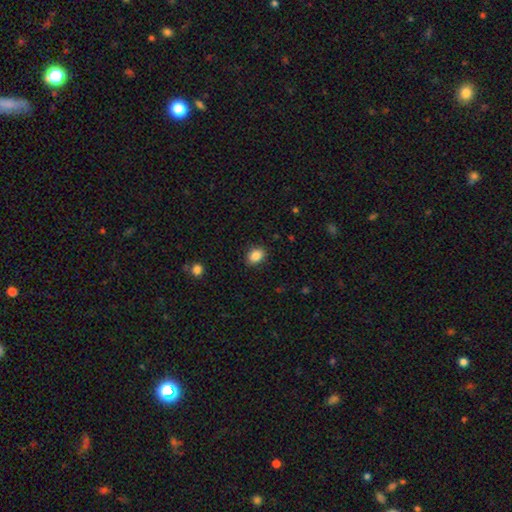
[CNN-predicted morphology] This appears to be a smooth galaxy with no disk features (87%) that is in between round and cigar-shaped (71%). Merging: none (87%).